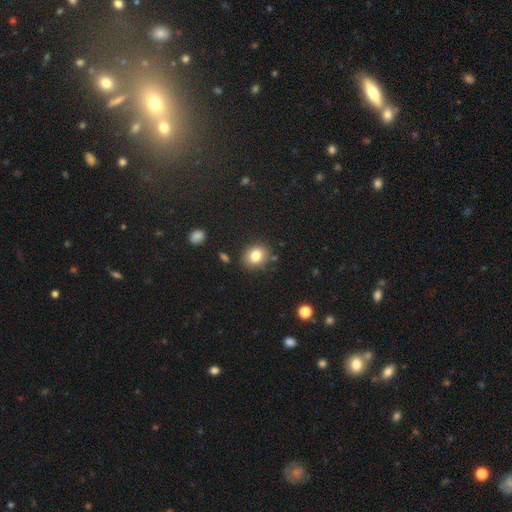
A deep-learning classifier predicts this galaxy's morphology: This appears to be a smooth galaxy with no disk features (81%) that is round (54%). Merging: none (82%).